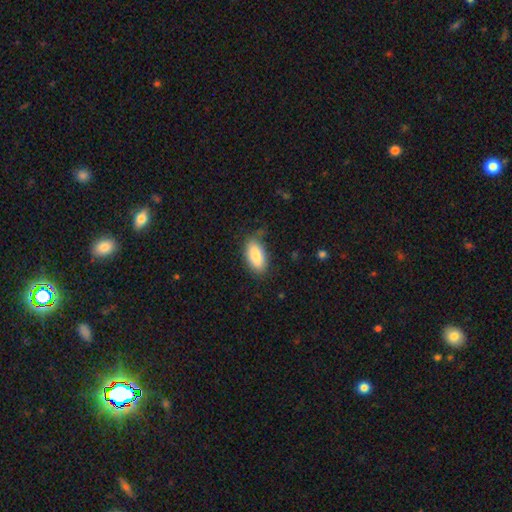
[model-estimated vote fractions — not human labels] Smooth or featured? Predicted: smooth (p=0.82). How rounded? Predicted: in between (p=0.88). Merging? Predicted: none (p=0.71).